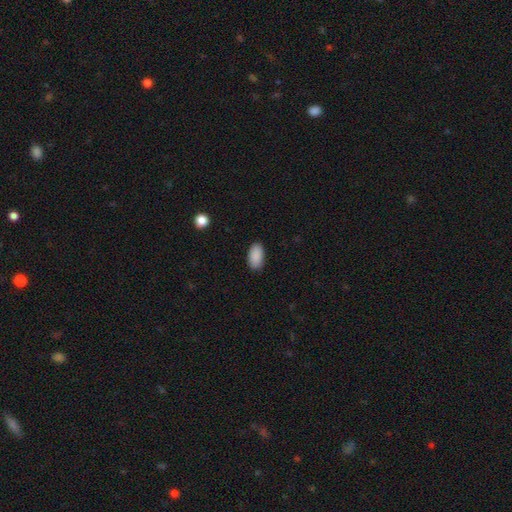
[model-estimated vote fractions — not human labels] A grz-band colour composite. It shows a smooth galaxy with no disk features (90%) that is in between round and cigar-shaped (94%). Merging: none (88%).